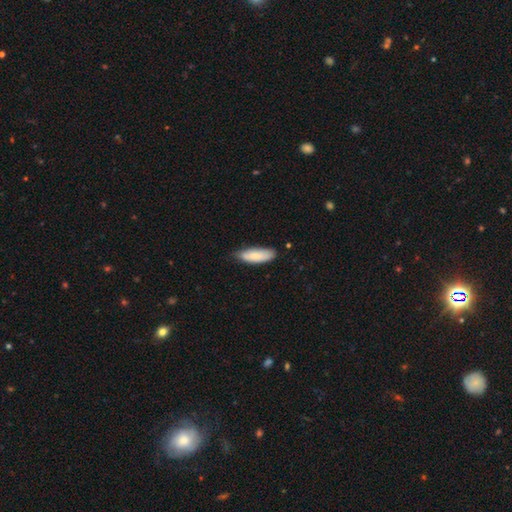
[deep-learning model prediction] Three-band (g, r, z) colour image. It shows a smooth galaxy with no disk features (84%) that is in between round and cigar-shaped (59%). Merging: none (66%).